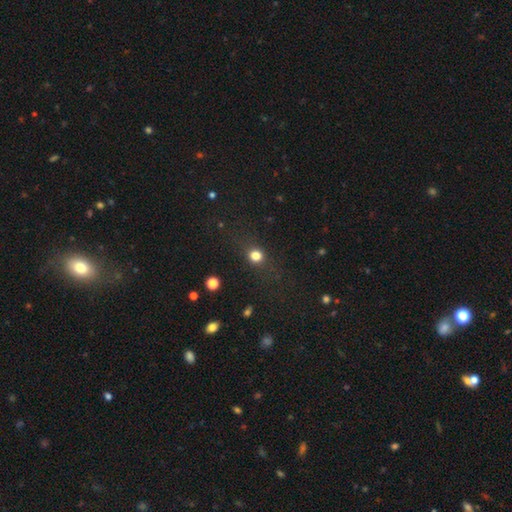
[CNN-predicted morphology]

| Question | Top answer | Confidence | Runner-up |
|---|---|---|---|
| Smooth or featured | smooth | 77% | star or artifact (15%) |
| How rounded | round | 81% | in between (17%) |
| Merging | none | 82% | minor disturbance (10%) |